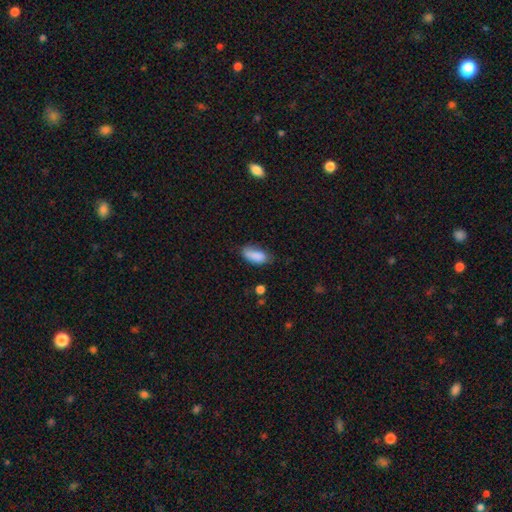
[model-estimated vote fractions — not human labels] Smooth or featured? Predicted: smooth (p=0.86). How rounded? Predicted: in between (p=0.85). Merging? Predicted: none (p=0.59).